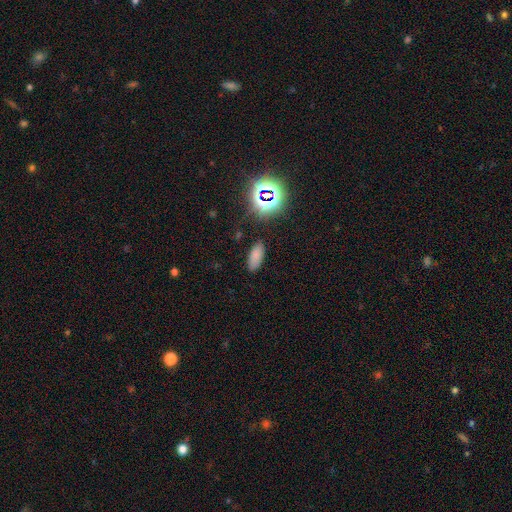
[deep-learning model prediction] Smooth or featured: smooth — 75% (star or artifact — 18%)
How rounded: in between — 84% (cigar-shaped — 12%)
Merging: none — 85% (minor disturbance — 10%)